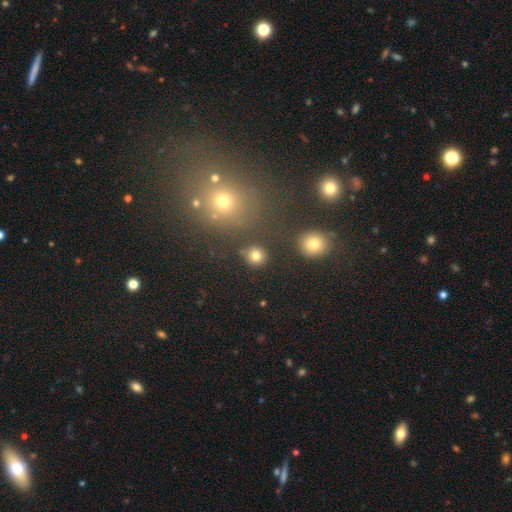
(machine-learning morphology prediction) This appears to be a smooth galaxy with no disk features (80%) that is round (89%). Merging: none (85%).